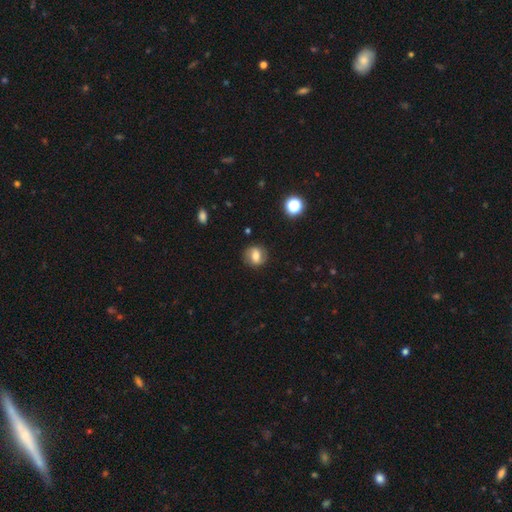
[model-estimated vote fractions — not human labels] Smooth or featured: smooth — 63% (featured or disk — 26%)
How rounded: round — 68% (in between — 31%)
Merging: none — 83% (minor disturbance — 12%)